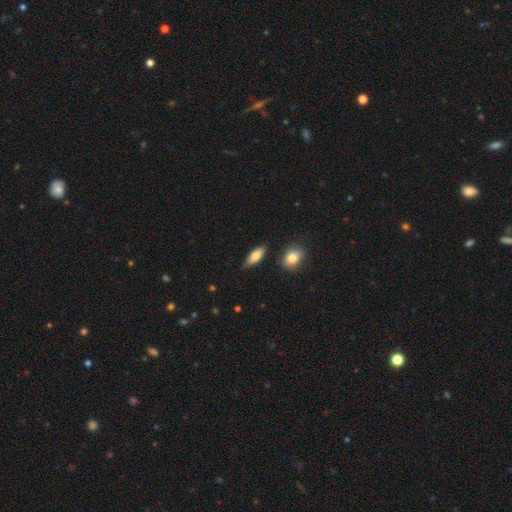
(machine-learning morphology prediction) Overall: smooth (75%). How rounded: in between (70%). Merging: none (69%).